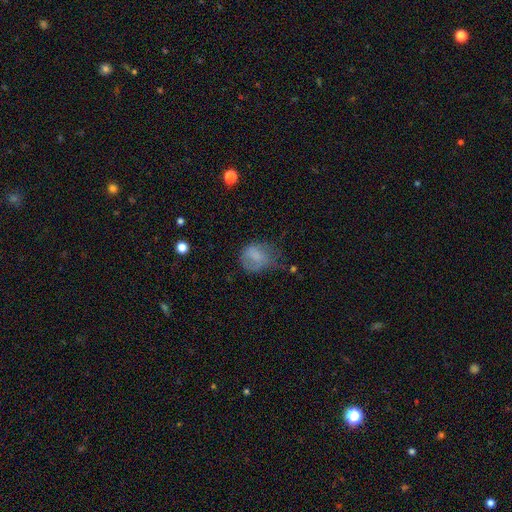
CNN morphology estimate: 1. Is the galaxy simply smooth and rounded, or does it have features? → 69% smooth, 21% featured or disk, 11% star or artifact.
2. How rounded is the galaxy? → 53% round, 46% in between, 1% cigar-shaped.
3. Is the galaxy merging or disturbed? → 35% none, 33% minor disturbance, 29% major disturbance, 3% merger.